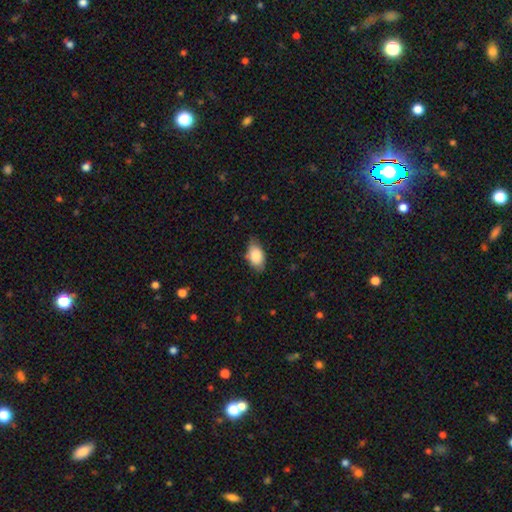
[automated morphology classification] A smooth galaxy with no disk features (83%) that is in between round and cigar-shaped (91%). Merging: none (70%).